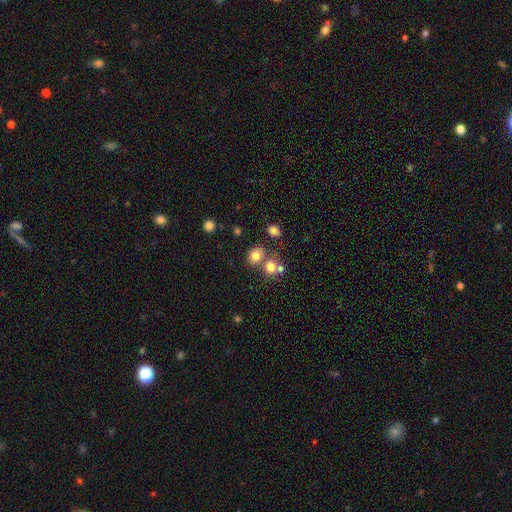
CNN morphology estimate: type=smooth (78%); roundness=round (68%); merging=none (64%).